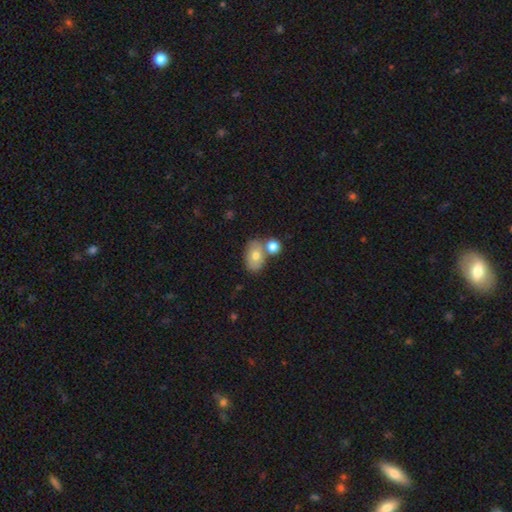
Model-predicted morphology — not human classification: Q: Smooth or featured?
A: smooth (72%); runner-up: featured or disk (20%)
Q: How rounded?
A: in between (82%); runner-up: round (17%)
Q: Merging?
A: none (46%); runner-up: merger (36%)